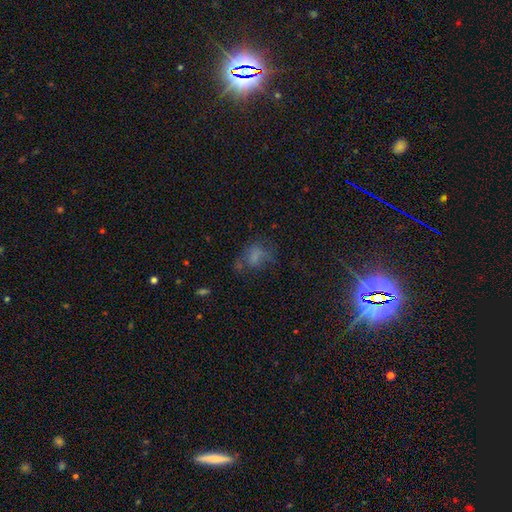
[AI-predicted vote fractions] A smooth galaxy with no disk features (60%) that is in between round and cigar-shaped (63%).

Vote fractions:
- Smooth or featured? smooth: 60% / featured or disk: 21% / star or artifact: 19%
- How rounded? in between: 63% / round: 35% / cigar-shaped: 2%
- Merging? none: 36% / major disturbance: 32% / minor disturbance: 24% / merger: 8%